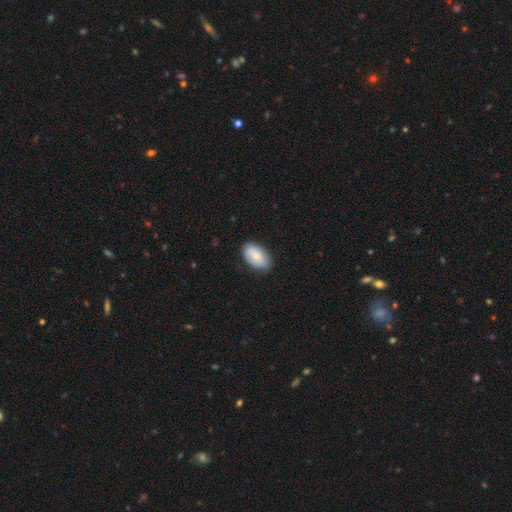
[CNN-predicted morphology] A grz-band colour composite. It shows a smooth galaxy with no disk features (76%) that is in between round and cigar-shaped (94%). Merging: none (81%).